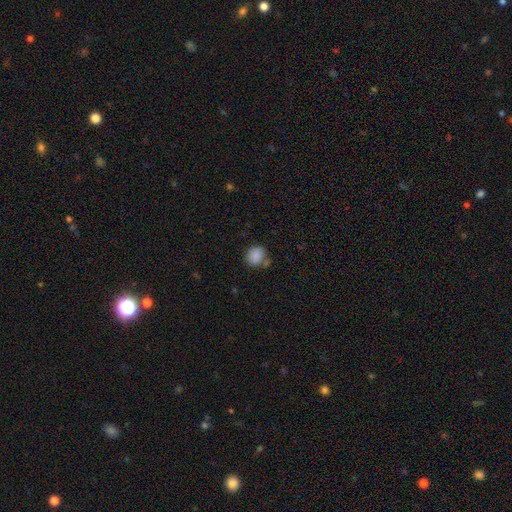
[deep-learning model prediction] Smooth or featured: smooth — 87% (star or artifact — 9%)
How rounded: round — 74% (in between — 25%)
Merging: none — 67% (minor disturbance — 16%)